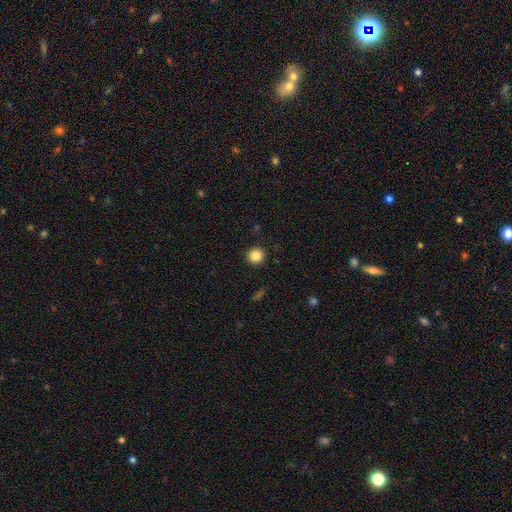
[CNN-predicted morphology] Smooth or featured? Predicted: smooth (p=0.85). How rounded? Predicted: round (p=0.95). Merging? Predicted: none (p=0.93).